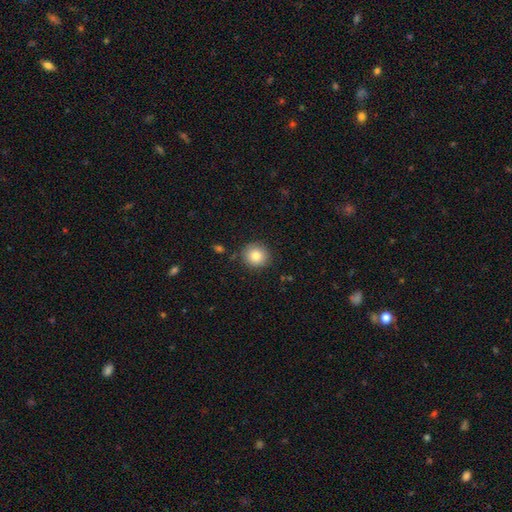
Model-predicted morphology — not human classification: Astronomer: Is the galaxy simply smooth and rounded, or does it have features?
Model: smooth — 82%.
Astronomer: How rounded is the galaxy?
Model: round — 91%.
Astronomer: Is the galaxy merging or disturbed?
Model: none — 88%.